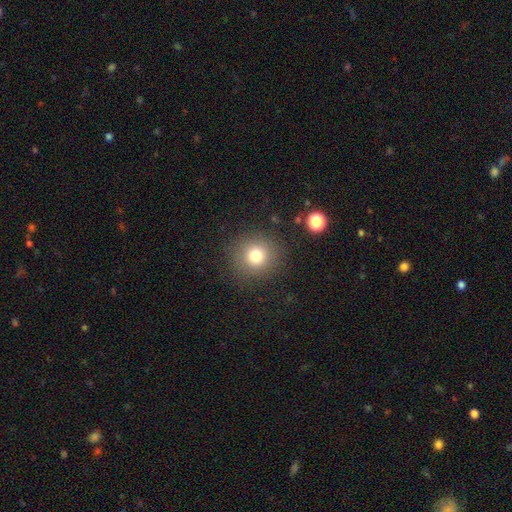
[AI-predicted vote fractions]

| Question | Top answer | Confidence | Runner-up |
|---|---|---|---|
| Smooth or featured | smooth | 77% | star or artifact (14%) |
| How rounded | round | 93% | in between (6%) |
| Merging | none | 87% | minor disturbance (8%) |